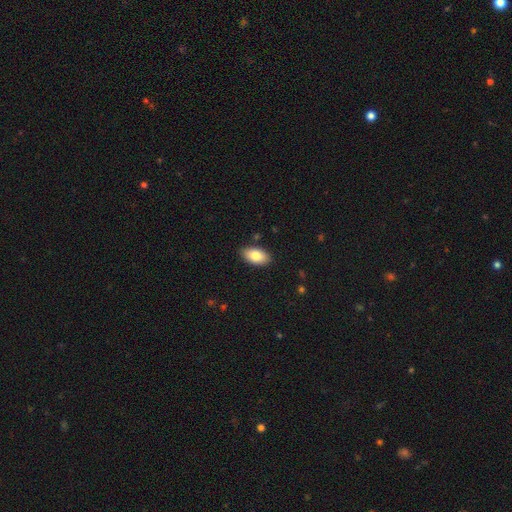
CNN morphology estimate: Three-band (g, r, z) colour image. It shows a smooth galaxy with no disk features (82%) that is in between round and cigar-shaped (94%). Merging: none (88%).